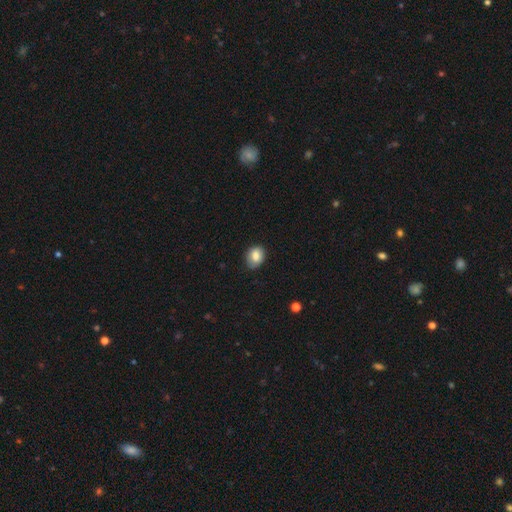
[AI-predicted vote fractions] Smooth or featured? Predicted: smooth (p=0.82). How rounded? Predicted: in between (p=0.58). Merging? Predicted: none (p=0.76).